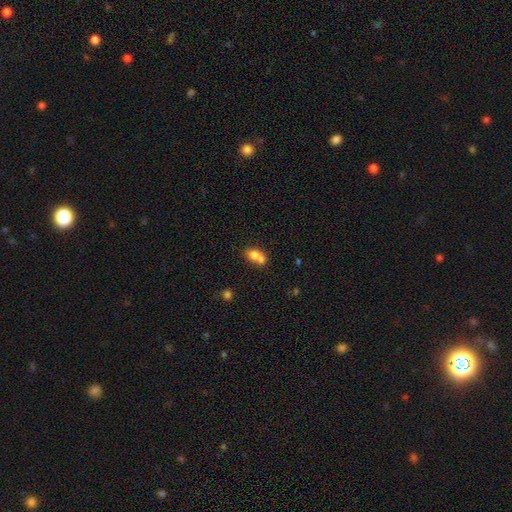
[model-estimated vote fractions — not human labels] Smooth or featured?
  - smooth: 73% *
  - featured or disk: 17%
  - star or artifact: 10%
How rounded?
  - in between: 55% *
  - round: 43%
  - cigar-shaped: 2%
Merging?
  - merger: 64% *
  - none: 24%
  - minor disturbance: 8%
  - major disturbance: 4%